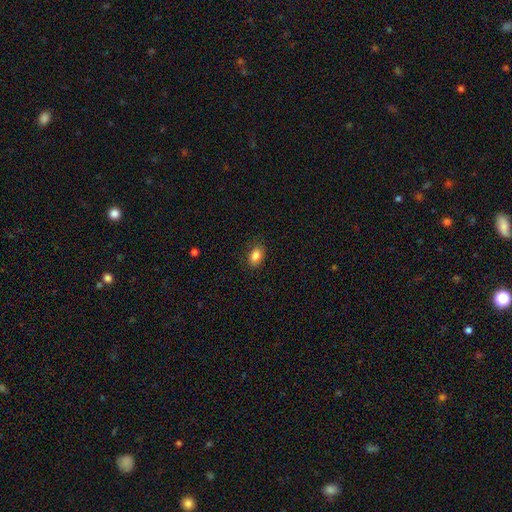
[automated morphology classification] Q: Smooth or featured?
A: smooth (85%); runner-up: star or artifact (9%)
Q: How rounded?
A: in between (84%); runner-up: round (15%)
Q: Merging?
A: none (87%); runner-up: minor disturbance (10%)